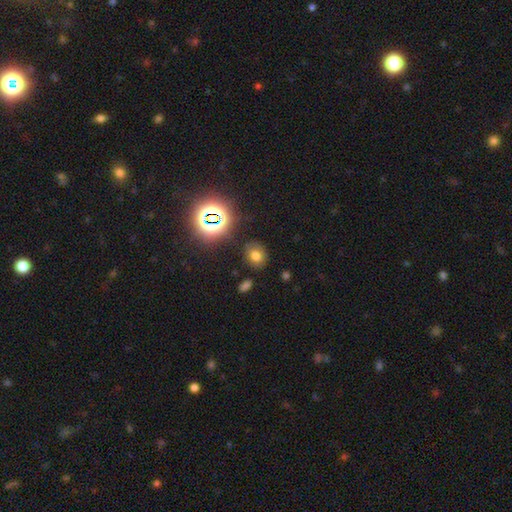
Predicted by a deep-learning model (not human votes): Smooth or featured?
  - smooth: 67% *
  - star or artifact: 22%
  - featured or disk: 11%
How rounded?
  - round: 54% *
  - in between: 45%
  - cigar-shaped: 1%
Merging?
  - none: 80% *
  - minor disturbance: 13%
  - major disturbance: 4%
  - merger: 3%